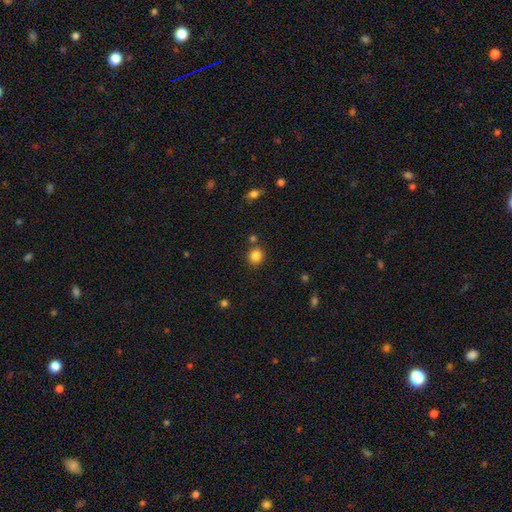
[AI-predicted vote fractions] smooth-or-featured: smooth: 84% | star or artifact: 11% | featured or disk: 4%
  how-rounded: round: 87% | in between: 12% | cigar-shaped: 1%
  merging: none: 82% | minor disturbance: 8% | merger: 7% | major disturbance: 3%